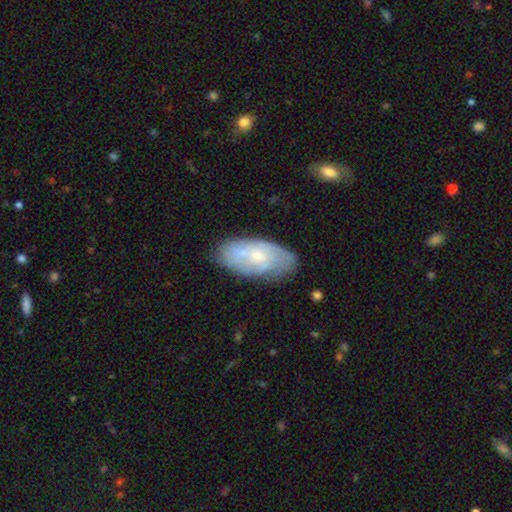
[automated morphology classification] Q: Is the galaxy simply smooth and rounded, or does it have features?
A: featured or disk — 54%.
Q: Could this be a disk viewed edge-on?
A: no — 92%.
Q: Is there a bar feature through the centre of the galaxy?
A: no — 71%.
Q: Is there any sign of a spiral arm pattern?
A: yes — 64%.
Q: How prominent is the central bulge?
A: small — 55%.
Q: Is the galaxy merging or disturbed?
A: none — 69%.